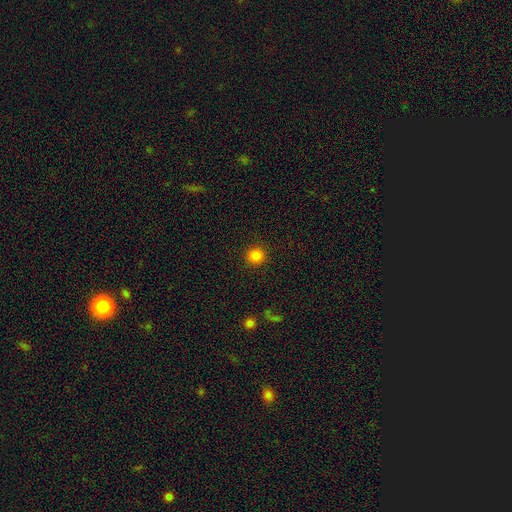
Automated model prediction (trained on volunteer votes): Q: Smooth or featured?
A: smooth (83%); runner-up: star or artifact (12%)
Q: How rounded?
A: round (94%); runner-up: in between (5%)
Q: Merging?
A: none (92%); runner-up: minor disturbance (5%)